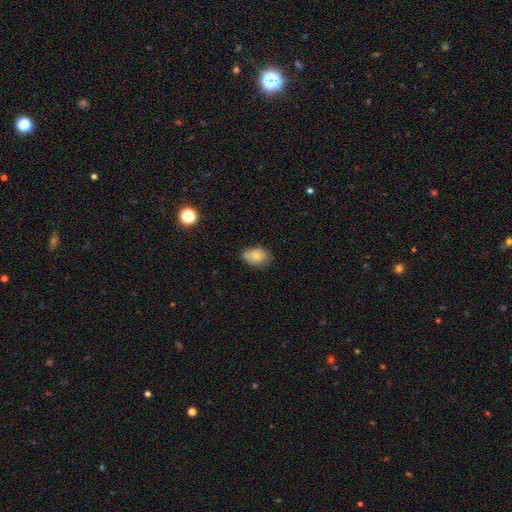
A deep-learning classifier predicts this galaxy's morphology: A smooth galaxy with no disk features (77%) that is in between round and cigar-shaped (80%). Merging: none (68%).